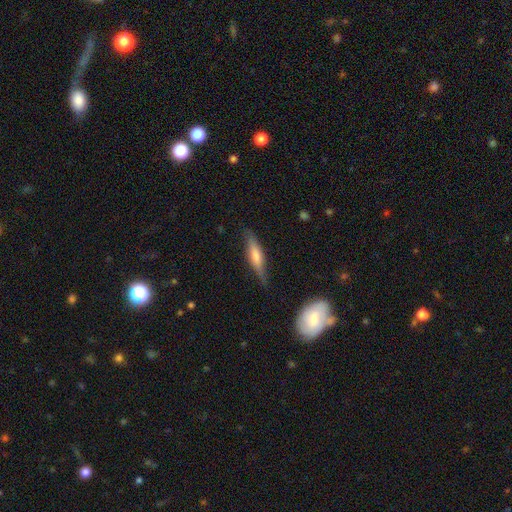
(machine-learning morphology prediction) Smooth or featured? Predicted: featured or disk (p=0.56). Edge-on disk? Predicted: yes (p=0.92). Edge-on bulge? Predicted: rounded (p=0.68). Merging? Predicted: none (p=0.78).